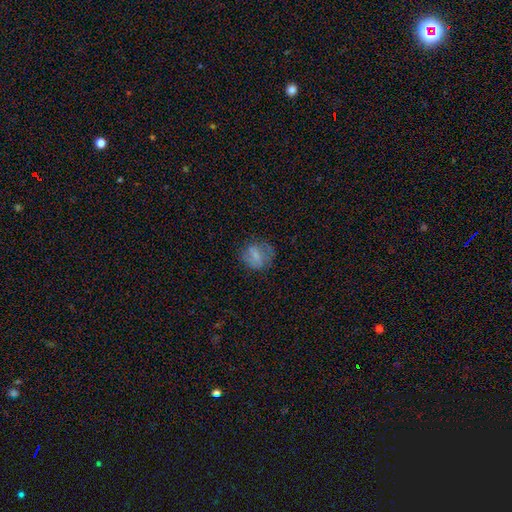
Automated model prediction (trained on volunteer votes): smooth-or-featured: smooth: 65% | featured or disk: 25% | star or artifact: 10%
  how-rounded: round: 71% | in between: 27% | cigar-shaped: 1%
  merging: none: 65% | minor disturbance: 21% | major disturbance: 12% | merger: 2%